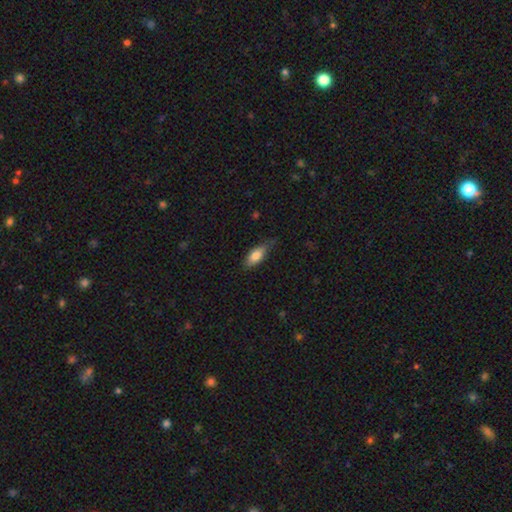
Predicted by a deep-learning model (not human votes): The model was most divided on "merging": none: 64%, minor disturbance: 29%, major disturbance: 6%, merger: 2%. More confident: smooth or featured — smooth (79%); how rounded — in between (78%).